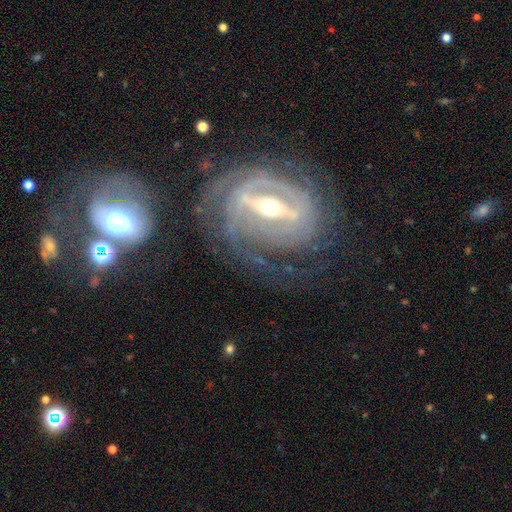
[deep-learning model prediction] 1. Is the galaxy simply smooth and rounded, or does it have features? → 87% featured or disk, 7% star or artifact, 7% smooth.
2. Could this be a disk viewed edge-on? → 93% no, 7% yes.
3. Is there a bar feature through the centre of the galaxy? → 70% strong, 22% weak, 8% no.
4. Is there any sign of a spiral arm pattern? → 87% yes, 13% no.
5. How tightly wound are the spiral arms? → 60% tight, 30% medium, 10% loose.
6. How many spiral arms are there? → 32% can't tell, 31% 2, 18% 3, 8% 4, 7% 1, 5% more than 4.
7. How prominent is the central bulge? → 61% moderate, 32% small, 4% large, 1% dominant, 1% none.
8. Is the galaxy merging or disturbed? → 54% none, 19% major disturbance, 18% minor disturbance, 9% merger.